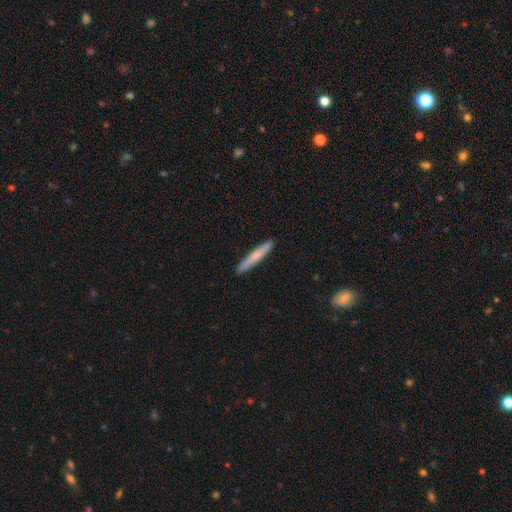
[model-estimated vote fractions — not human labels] Overall: smooth (62%; featured or disk 32%). How rounded: cigar-shaped (95%). Merging: none (91%).